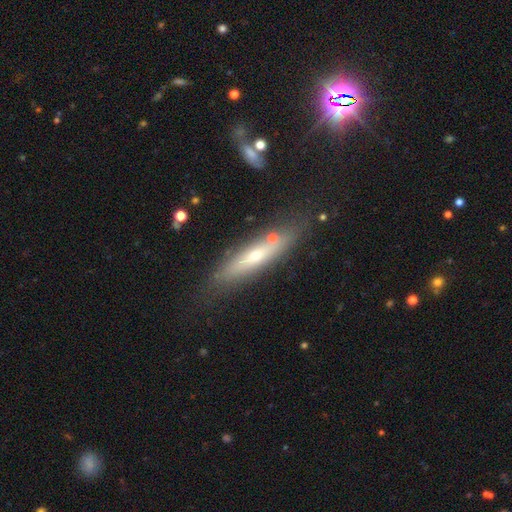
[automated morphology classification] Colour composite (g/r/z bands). It shows a featured or disk galaxy (51%) viewed edge-on (72%). Merging: none (77%).